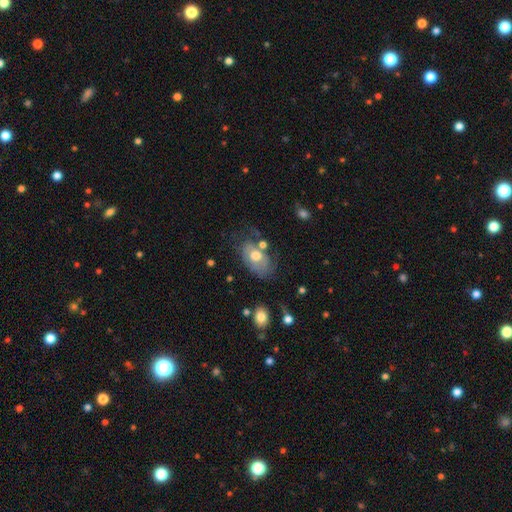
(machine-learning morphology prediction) type=featured or disk (47%); merging=none (44%).